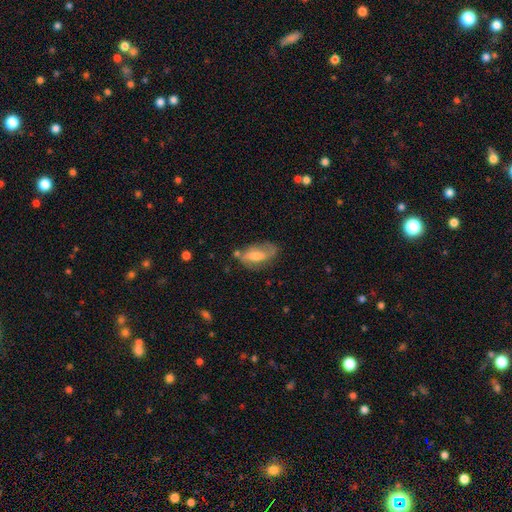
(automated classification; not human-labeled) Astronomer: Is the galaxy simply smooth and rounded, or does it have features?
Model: featured or disk — 48% (runner-up: smooth, 45%).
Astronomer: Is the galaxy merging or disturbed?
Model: none — 53%.